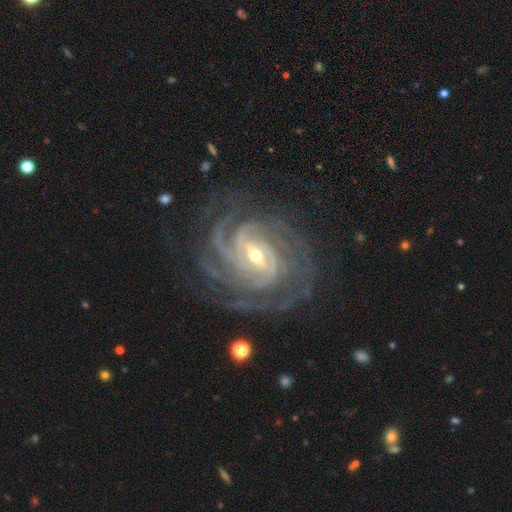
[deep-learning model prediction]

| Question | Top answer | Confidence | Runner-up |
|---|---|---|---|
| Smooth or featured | featured or disk | 93% | star or artifact (5%) |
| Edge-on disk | no | 97% | yes (3%) |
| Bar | weak | 43% | strong (36%) |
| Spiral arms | yes | 99% | no (1%) |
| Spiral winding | tight | 72% | medium (25%) |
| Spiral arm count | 4 | 32% | more than 4 (19%) |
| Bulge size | moderate | 48% | small (47%) |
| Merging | none | 74% | minor disturbance (16%) |